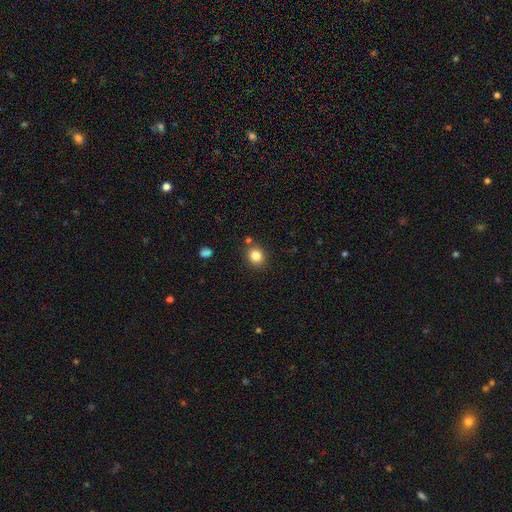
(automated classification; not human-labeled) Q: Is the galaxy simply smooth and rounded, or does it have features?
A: smooth — 83%.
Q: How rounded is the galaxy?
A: round — 76%.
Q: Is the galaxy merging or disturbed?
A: none — 83%.